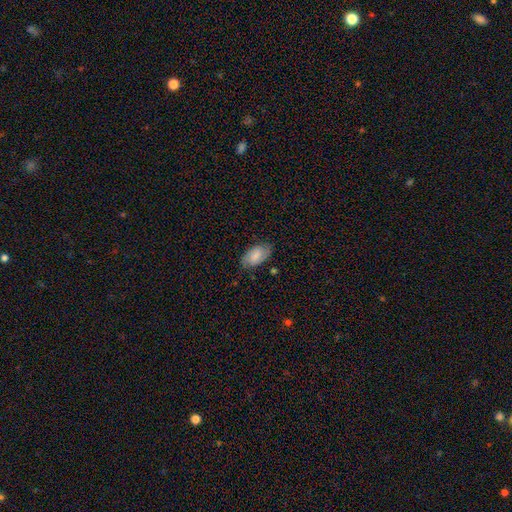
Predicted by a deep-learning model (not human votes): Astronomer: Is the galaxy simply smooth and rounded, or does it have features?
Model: smooth — 69%.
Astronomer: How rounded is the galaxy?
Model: in between — 94%.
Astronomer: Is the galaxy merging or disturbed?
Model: none — 76%.